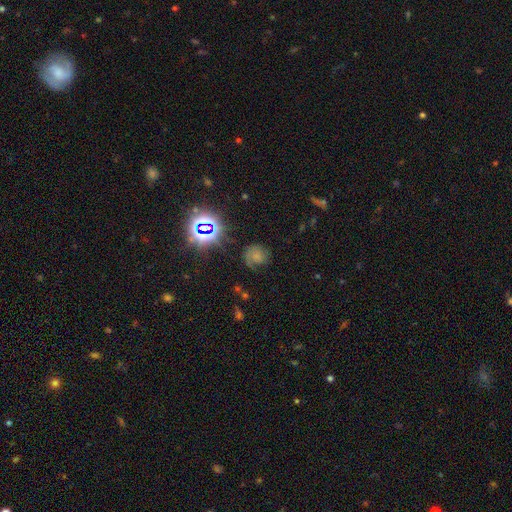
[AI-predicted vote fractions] Overall: smooth (46%; star or artifact 29%). Merging: none (60%; minor disturbance 23%).